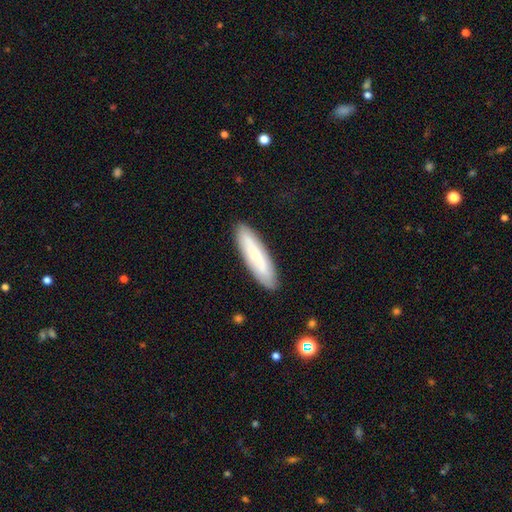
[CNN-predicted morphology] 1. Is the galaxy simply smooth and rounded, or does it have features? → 60% smooth, 34% featured or disk, 6% star or artifact.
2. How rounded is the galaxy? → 70% cigar-shaped, 28% in between, 2% round.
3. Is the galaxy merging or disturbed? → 88% none, 9% minor disturbance, 2% major disturbance, 1% merger.